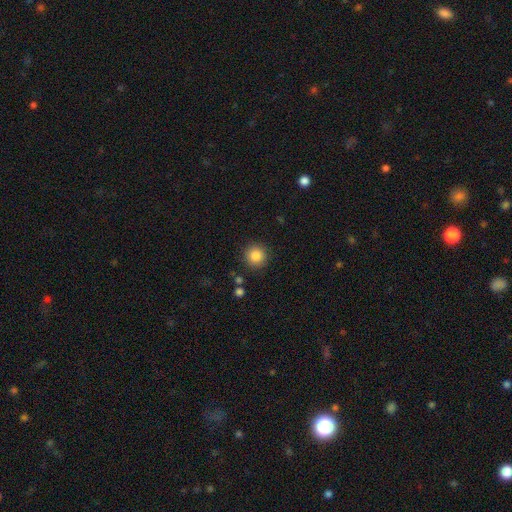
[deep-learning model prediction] This is clearly a smooth galaxy (86%). How rounded: clearly round (94%). Merging: clearly none (89%).